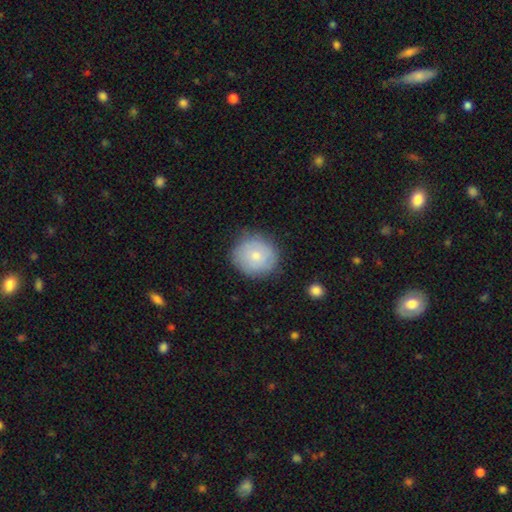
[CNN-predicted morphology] Smooth or featured? smooth (67%)
How rounded? round (84%)
Merging? none (77%)